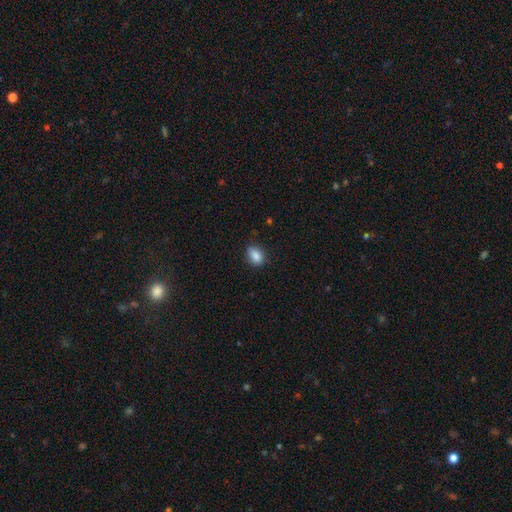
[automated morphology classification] Smooth or featured? smooth (86%)
How rounded? in between (75%)
Merging? none (79%)